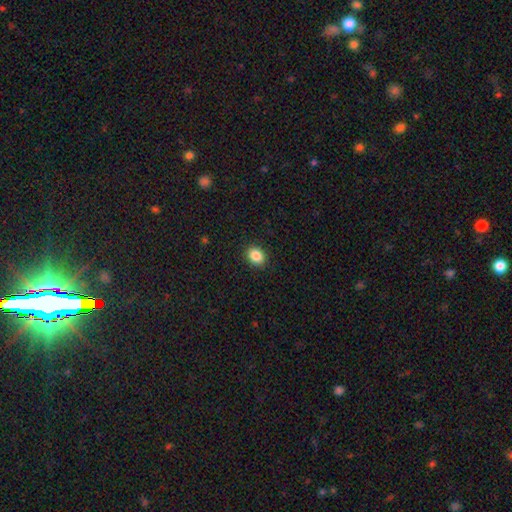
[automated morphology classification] Q: Smooth or featured?
A: smooth (86%); runner-up: star or artifact (9%)
Q: How rounded?
A: in between (53%); runner-up: round (46%)
Q: Merging?
A: none (90%); runner-up: minor disturbance (7%)